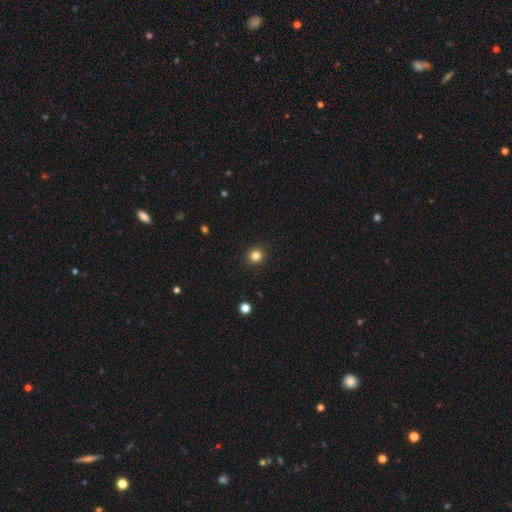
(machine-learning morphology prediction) Smooth or featured? smooth (83%)
How rounded? round (91%)
Merging? none (92%)